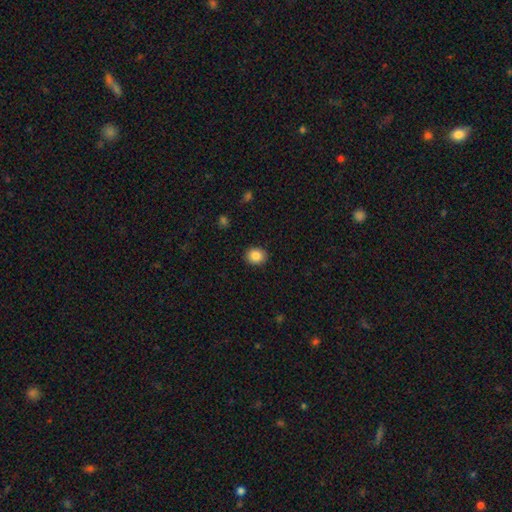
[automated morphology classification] Smooth or featured?
  - smooth: 86% *
  - star or artifact: 9%
  - featured or disk: 5%
How rounded?
  - round: 72% *
  - in between: 27%
  - cigar-shaped: 1%
Merging?
  - none: 90% *
  - minor disturbance: 7%
  - major disturbance: 2%
  - merger: 1%